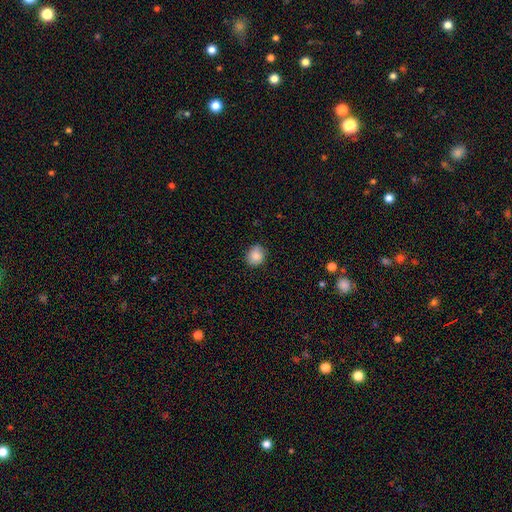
smooth-or-featured: smooth: 84% | star or artifact: 13% | featured or disk: 3%
  how-rounded: round: 88% | in between: 12% | cigar-shaped: 0%
  merging: none: 79% | minor disturbance: 18% | merger: 3% | major disturbance: 0%